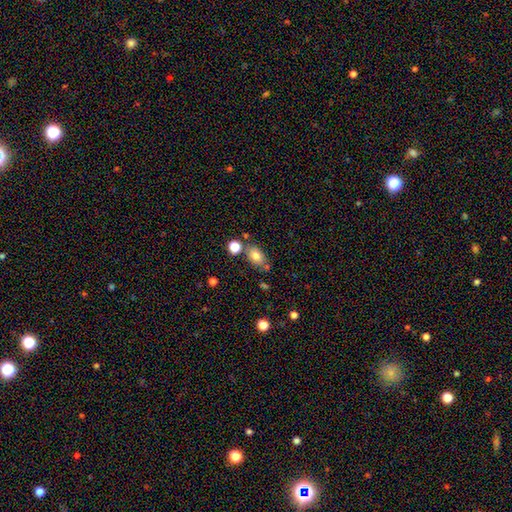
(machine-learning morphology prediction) Overall: smooth (78%). How rounded: in between (84%). Merging: none (67%).